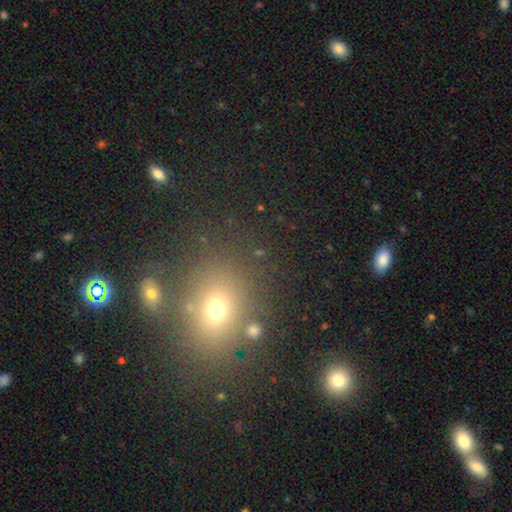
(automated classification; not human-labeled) This is possibly a smooth galaxy (57%). How rounded: possibly round (58%). Merging: likely none (78%).